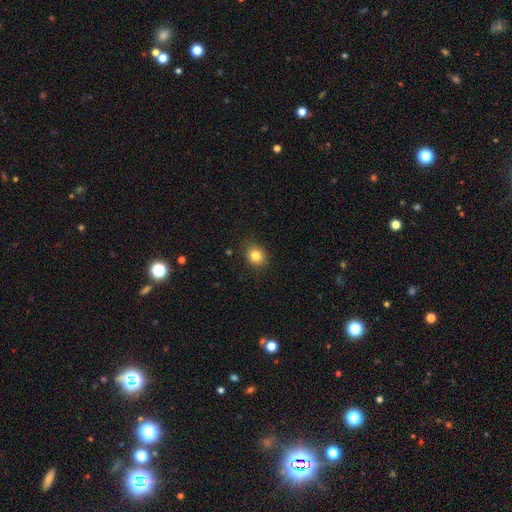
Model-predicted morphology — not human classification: This is clearly a smooth galaxy (82%). How rounded: likely round (69%). Merging: clearly none (86%).